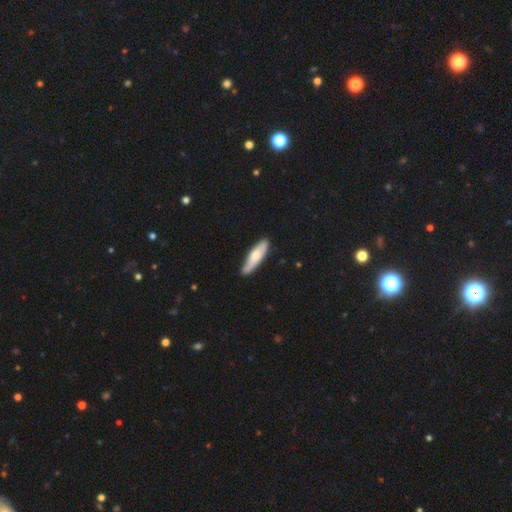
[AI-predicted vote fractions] A smooth galaxy with no disk features (63%) that is cigar-shaped (66%). Merging: none (81%).